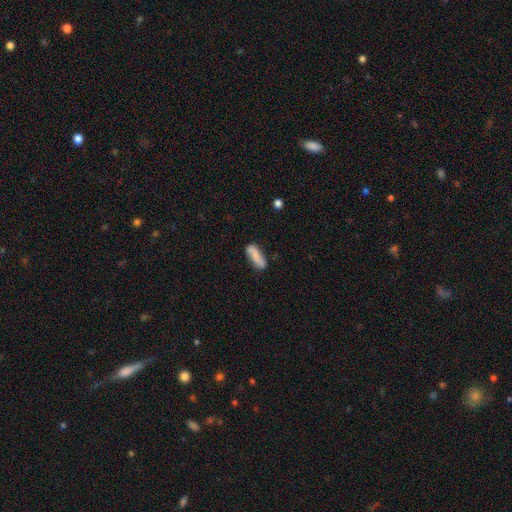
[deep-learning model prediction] A smooth galaxy with no disk features (76%) that is in between round and cigar-shaped (53%).

Vote fractions:
- Smooth or featured? smooth: 76% / featured or disk: 18% / star or artifact: 6%
- How rounded? in between: 53% / cigar-shaped: 44% / round: 2%
- Merging? none: 75% / minor disturbance: 18% / major disturbance: 4% / merger: 3%